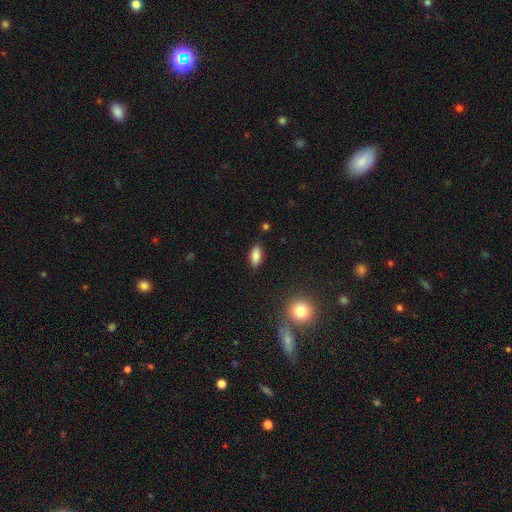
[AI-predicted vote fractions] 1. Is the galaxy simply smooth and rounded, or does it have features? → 86% smooth, 8% star or artifact, 6% featured or disk.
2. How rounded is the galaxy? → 89% in between, 7% cigar-shaped, 4% round.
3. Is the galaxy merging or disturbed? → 87% none, 10% minor disturbance, 2% major disturbance, 1% merger.